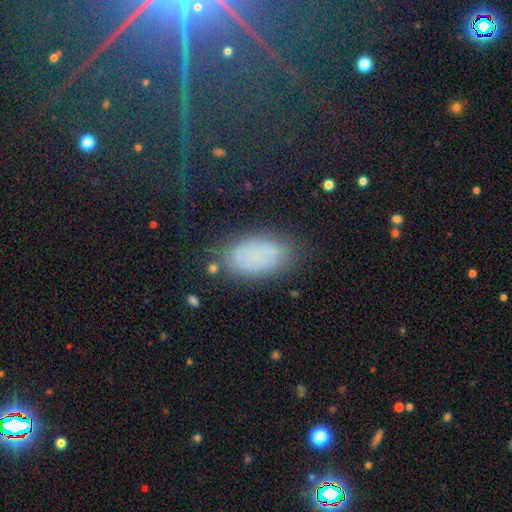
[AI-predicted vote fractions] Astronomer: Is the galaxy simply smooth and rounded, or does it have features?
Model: smooth — 62%.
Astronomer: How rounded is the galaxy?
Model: in between — 94%.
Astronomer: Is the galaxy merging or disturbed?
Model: none — 72%.